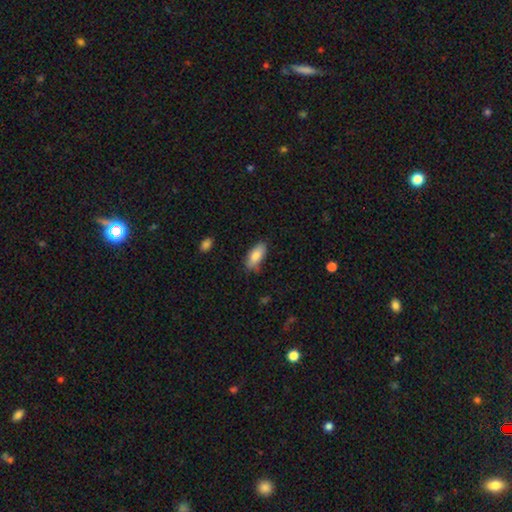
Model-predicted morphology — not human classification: This is clearly a smooth galaxy (84%). How rounded: clearly in between (86%). Merging: likely none (74%).